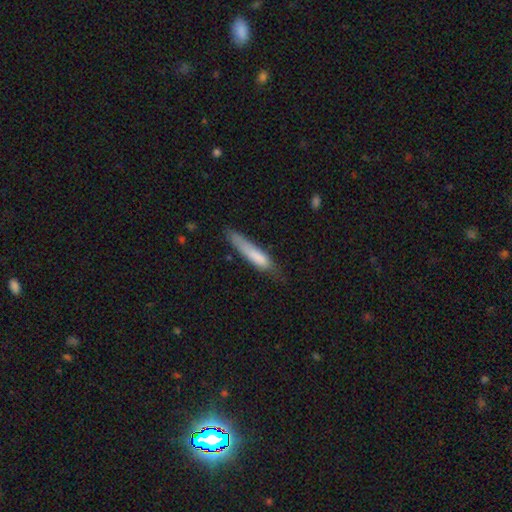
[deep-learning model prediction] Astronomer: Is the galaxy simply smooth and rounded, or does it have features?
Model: smooth — 77%.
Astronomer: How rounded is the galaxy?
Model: cigar-shaped — 84%.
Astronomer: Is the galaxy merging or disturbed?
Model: none — 57%.